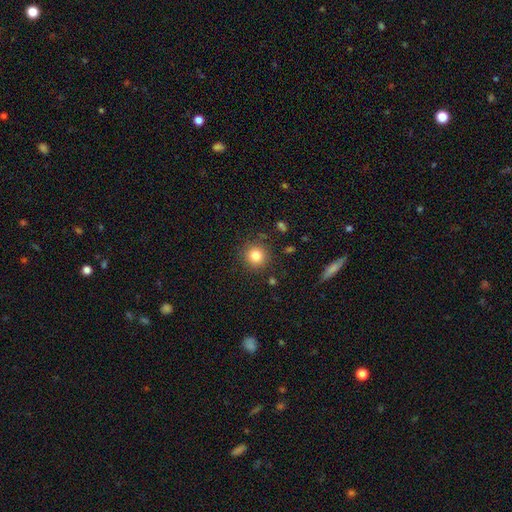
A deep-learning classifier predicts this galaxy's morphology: A smooth galaxy with no disk features (82%) that is round (92%).

Vote fractions:
- Smooth or featured? smooth: 82% / star or artifact: 11% / featured or disk: 6%
- How rounded? round: 92% / in between: 7% / cigar-shaped: 1%
- Merging? none: 88% / minor disturbance: 8% / major disturbance: 3% / merger: 2%